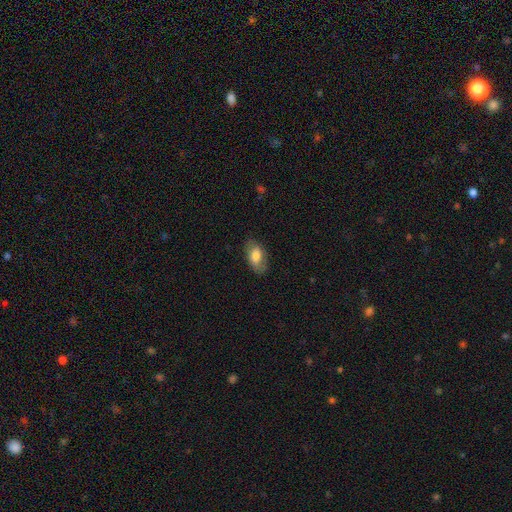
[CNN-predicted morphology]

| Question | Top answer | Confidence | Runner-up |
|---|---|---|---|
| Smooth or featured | smooth | 76% | featured or disk (18%) |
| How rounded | in between | 91% | round (5%) |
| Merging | none | 77% | minor disturbance (17%) |